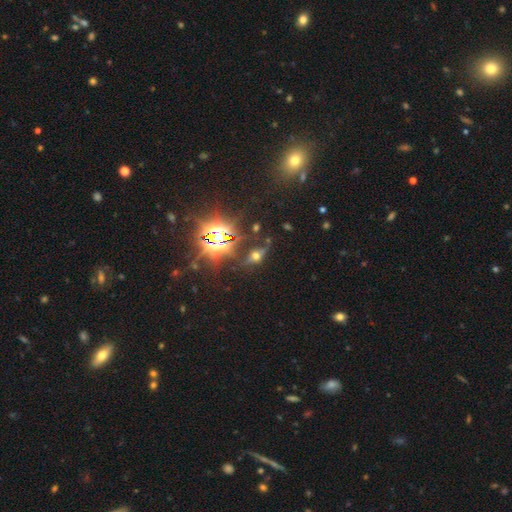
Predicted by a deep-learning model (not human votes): smooth-or-featured: star or artifact: 44% | featured or disk: 33% | smooth: 23%